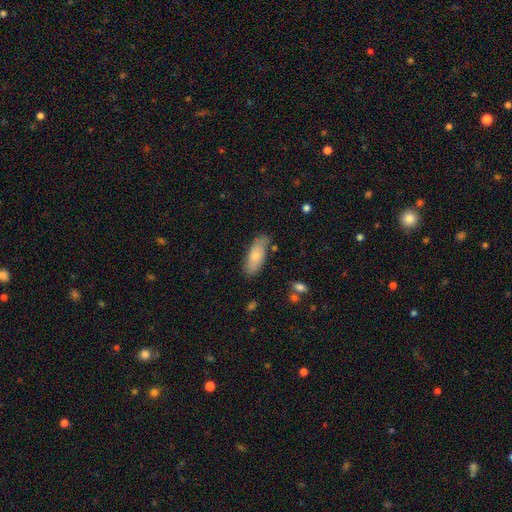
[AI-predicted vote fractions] The model was most divided on "merging": none: 73%, minor disturbance: 20%, major disturbance: 4%, merger: 3%. More confident: how rounded — in between (76%); smooth or featured — smooth (75%).